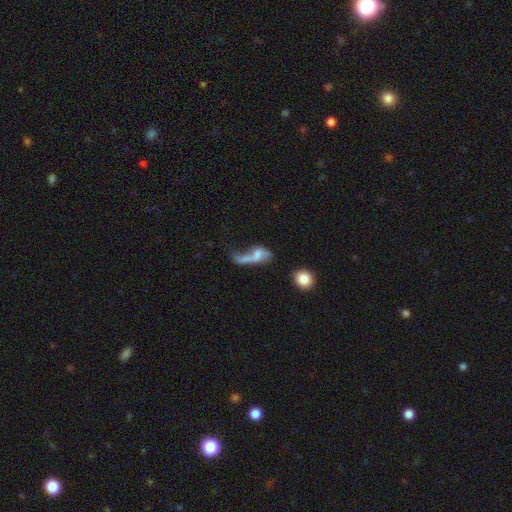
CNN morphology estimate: featured or disk 51%, smooth 38%, star or artifact 10%. Down the decision tree: edge-on disk — no (89%); merging — major disturbance (40%).